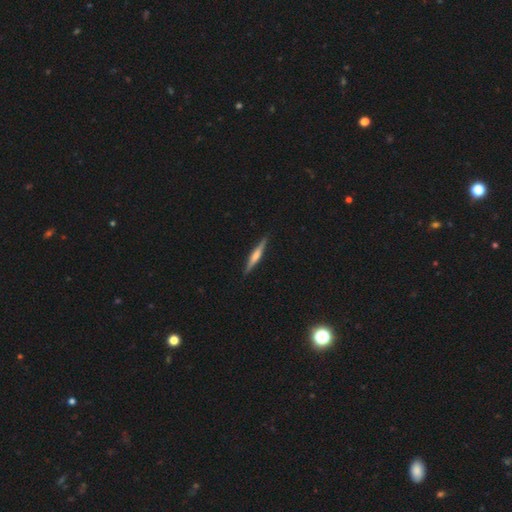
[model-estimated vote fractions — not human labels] This is likely a featured or disk galaxy (64%). It is clearly viewed edge-on (98%). Edge-on bulge: likely rounded (68%). Merging: clearly none (91%).